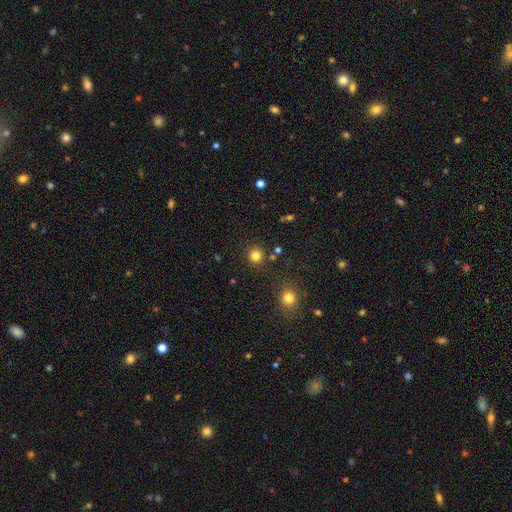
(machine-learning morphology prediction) The model was most divided on "smooth or featured": smooth: 81%, star or artifact: 14%, featured or disk: 5%. More confident: how rounded — round (93%); merging — none (88%).